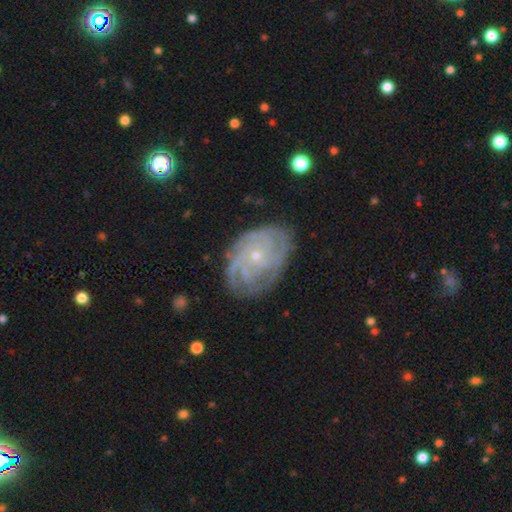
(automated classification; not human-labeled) This is clearly a featured or disk galaxy (84%). It is clearly not viewed edge-on (97%). Bar: clearly no (81%). Spiral arm pattern: clearly yes (96%). Spiral arm count: marginally can't tell (29%). Spiral winding: likely tight (73%). Central bulge: clearly small (84%). Merging: likely none (78%).